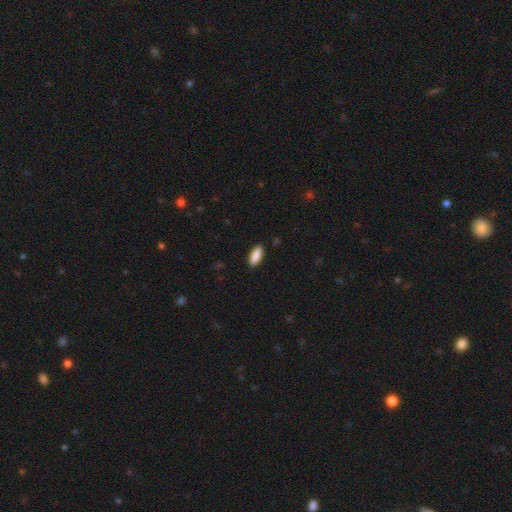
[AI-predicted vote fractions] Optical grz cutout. It shows a smooth galaxy with no disk features (90%) that is in between round and cigar-shaped (79%). Merging: none (89%).